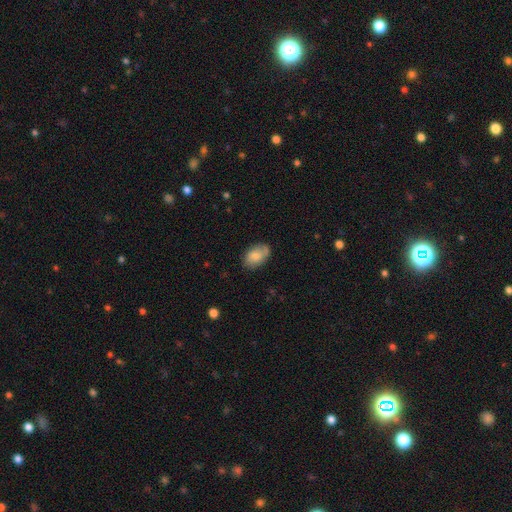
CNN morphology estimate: This appears to be a smooth galaxy with no disk features (77%) that is in between round and cigar-shaped (91%). Merging: none (72%).